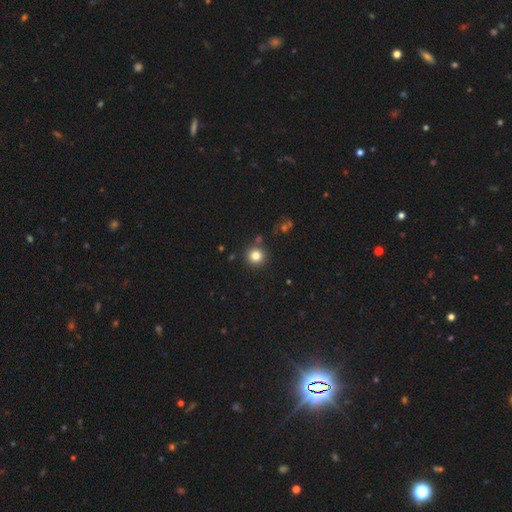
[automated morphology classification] smooth 81%, star or artifact 13%, featured or disk 6%. Down the decision tree: how rounded — round (94%); merging — none (86%).